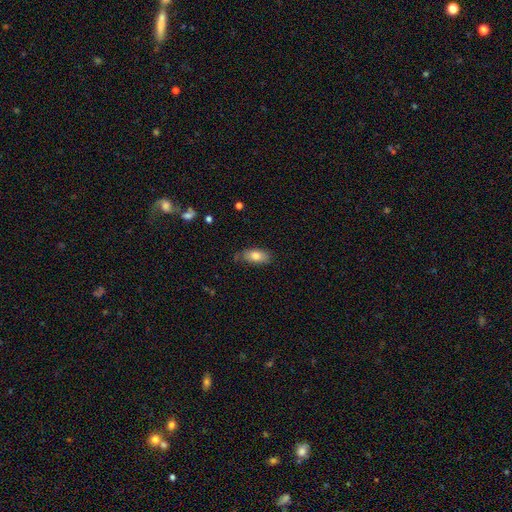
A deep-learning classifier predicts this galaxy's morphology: This is likely a smooth galaxy (78%). How rounded: clearly in between (88%). Merging: likely none (67%).